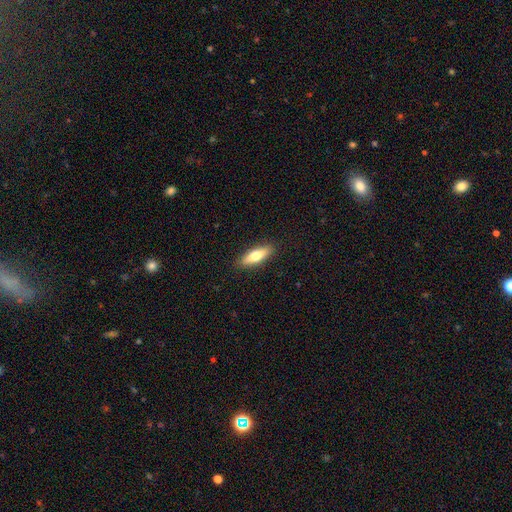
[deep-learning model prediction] smooth_or_featured: smooth (p=0.66) [alt: featured or disk p=0.28]
how_rounded: cigar-shaped (p=0.53) [alt: in between p=0.45]
merging: none (p=0.89) [alt: minor disturbance p=0.08]